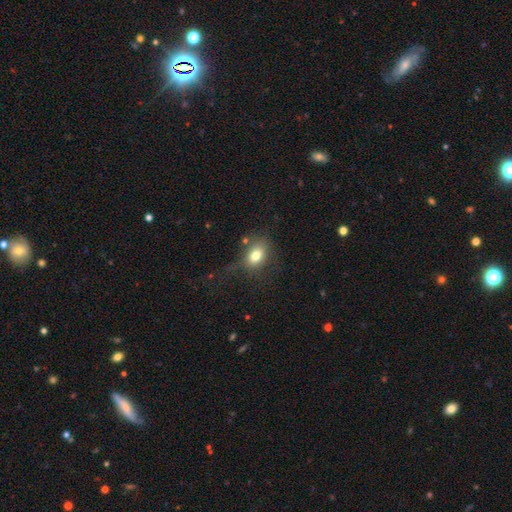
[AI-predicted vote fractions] smooth-or-featured: smooth: 77% | featured or disk: 12% | star or artifact: 11%
  how-rounded: in between: 69% | round: 29% | cigar-shaped: 2%
  merging: none: 63% | minor disturbance: 20% | major disturbance: 13% | merger: 4%